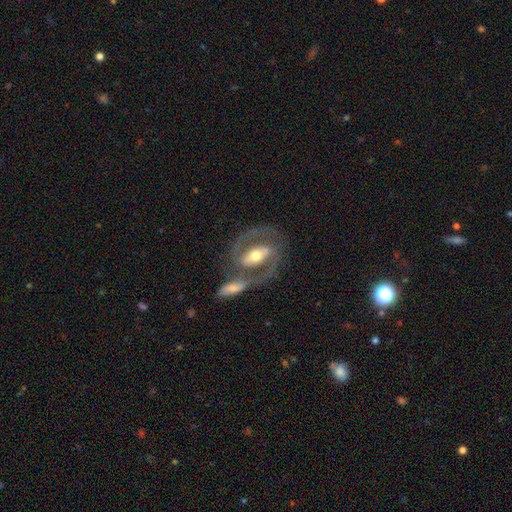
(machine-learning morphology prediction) Smooth or featured? Predicted: featured or disk (p=0.85). Edge-on disk? Predicted: no (p=0.95). Bar? Predicted: strong (p=0.59). Spiral arms? Predicted: yes (p=0.92). Spiral winding? Predicted: medium (p=0.55). Spiral arm count? Predicted: 2 (p=0.90). Bulge size? Predicted: moderate (p=0.67). Merging? Predicted: none (p=0.56).